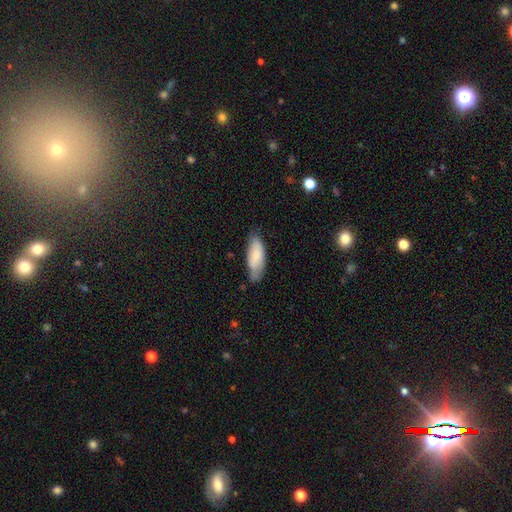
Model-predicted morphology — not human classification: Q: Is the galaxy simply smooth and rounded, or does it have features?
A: smooth — 78%.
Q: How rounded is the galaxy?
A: in between — 74%.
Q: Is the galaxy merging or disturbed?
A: none — 64%.